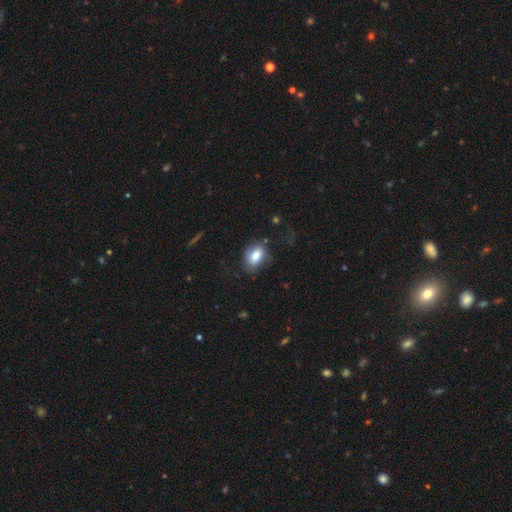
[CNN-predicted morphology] The model was most divided on "merging": none: 69%, minor disturbance: 20%, major disturbance: 10%, merger: 2%. More confident: smooth or featured — smooth (79%); how rounded — in between (75%).